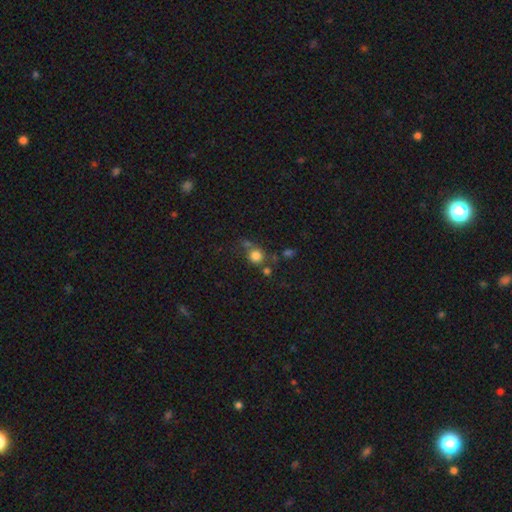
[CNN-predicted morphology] A smooth galaxy with no disk features (79%) that is round (87%).

Vote fractions:
- Smooth or featured? smooth: 79% / star or artifact: 13% / featured or disk: 8%
- How rounded? round: 87% / in between: 12% / cigar-shaped: 1%
- Merging? none: 60% / merger: 20% / minor disturbance: 13% / major disturbance: 7%